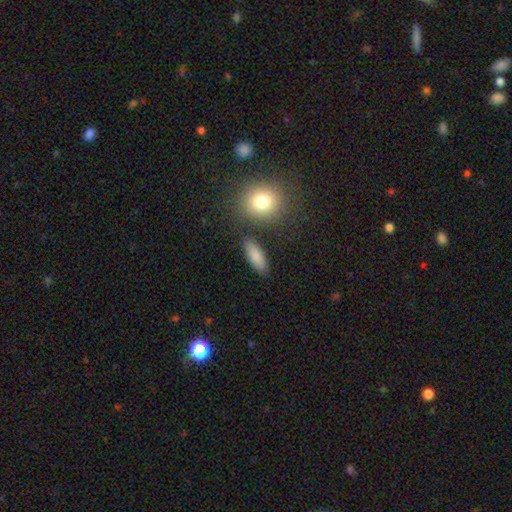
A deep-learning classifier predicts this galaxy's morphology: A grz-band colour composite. It shows a smooth galaxy with no disk features (85%) that is in between round and cigar-shaped (70%). Merging: none (80%).